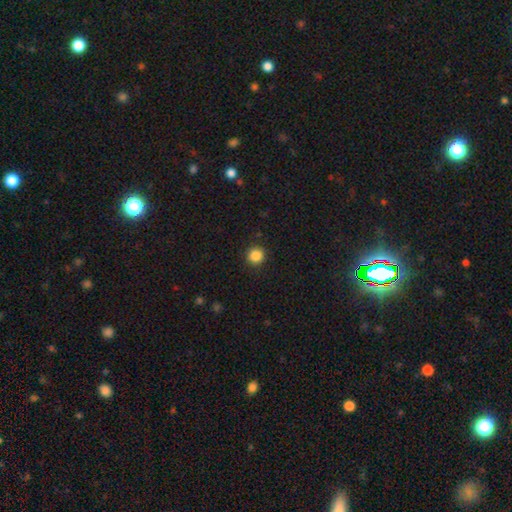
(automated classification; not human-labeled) Smooth or featured?
  - smooth: 86% *
  - star or artifact: 11%
  - featured or disk: 3%
How rounded?
  - round: 94% *
  - in between: 5%
  - cigar-shaped: 1%
Merging?
  - none: 91% *
  - minor disturbance: 6%
  - major disturbance: 2%
  - merger: 1%